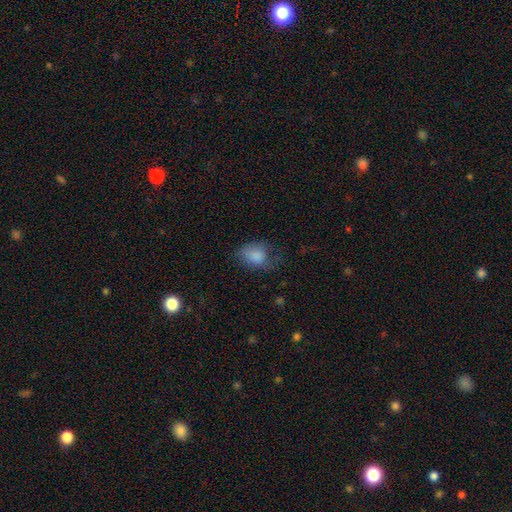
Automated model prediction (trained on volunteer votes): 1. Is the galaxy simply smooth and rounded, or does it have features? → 83% smooth, 9% star or artifact, 8% featured or disk.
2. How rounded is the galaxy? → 69% in between, 30% round, 1% cigar-shaped.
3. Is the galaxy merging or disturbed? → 46% none, 32% minor disturbance, 21% major disturbance, 2% merger.